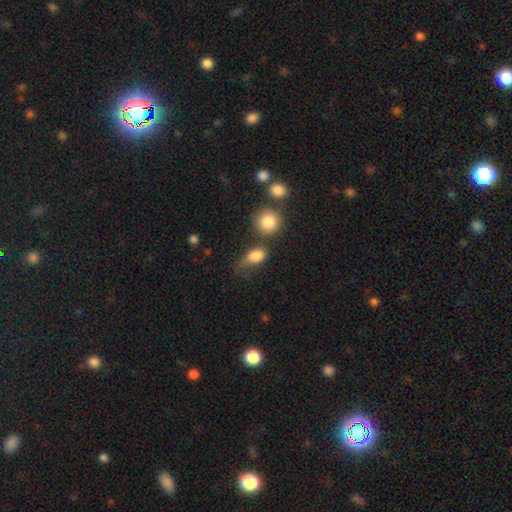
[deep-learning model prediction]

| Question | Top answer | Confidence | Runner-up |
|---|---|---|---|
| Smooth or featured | smooth | 83% | star or artifact (9%) |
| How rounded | in between | 73% | round (23%) |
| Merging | none | 40% | minor disturbance (30%) |